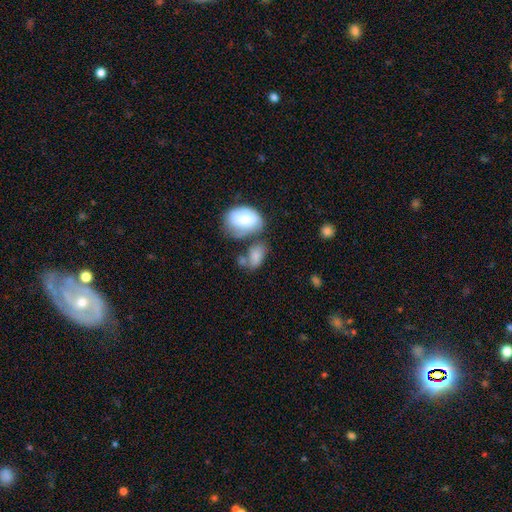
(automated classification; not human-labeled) Smooth or featured: smooth — 75% (featured or disk — 17%)
How rounded: in between — 87% (round — 11%)
Merging: none — 37% (merger — 31%)